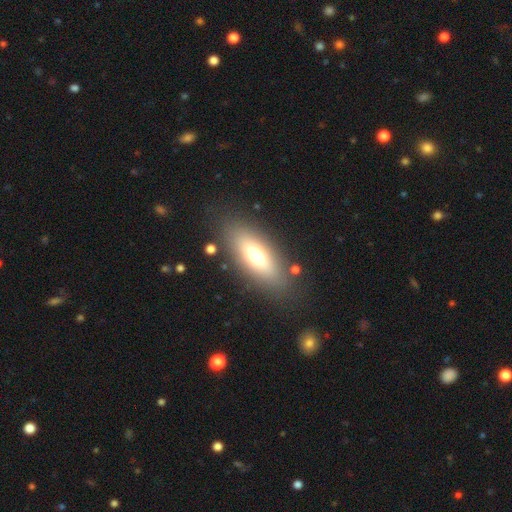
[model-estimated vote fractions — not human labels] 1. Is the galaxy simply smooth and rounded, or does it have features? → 65% smooth, 26% featured or disk, 9% star or artifact.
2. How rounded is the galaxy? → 72% in between, 25% cigar-shaped, 3% round.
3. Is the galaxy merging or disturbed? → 82% none, 11% minor disturbance, 5% major disturbance, 3% merger.